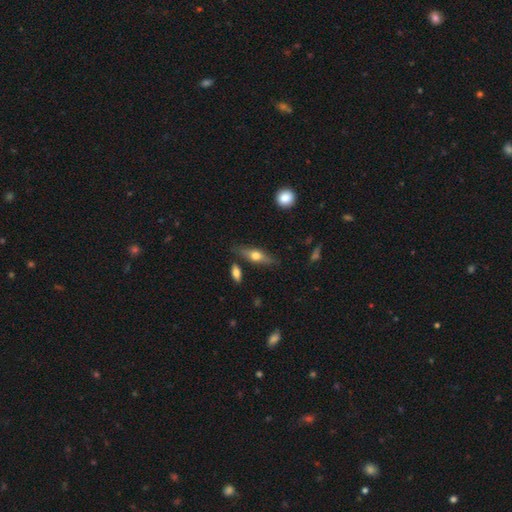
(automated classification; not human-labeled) Smooth or featured? smooth (47%)
Merging? none (77%)